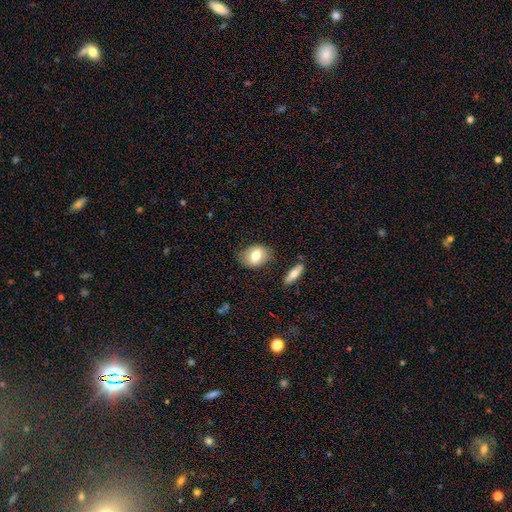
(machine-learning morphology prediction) Smooth or featured?
  - smooth: 70% *
  - featured or disk: 22%
  - star or artifact: 8%
How rounded?
  - in between: 73% *
  - round: 26%
  - cigar-shaped: 2%
Merging?
  - none: 78% *
  - minor disturbance: 16%
  - major disturbance: 4%
  - merger: 2%